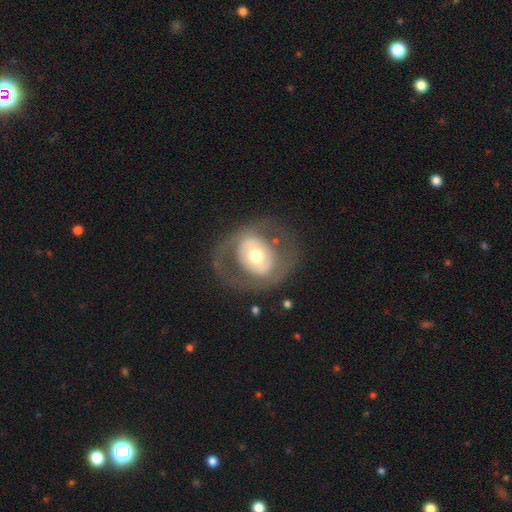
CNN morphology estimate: This is likely a featured or disk galaxy (62%). It is clearly not viewed edge-on (95%). Bar: likely no (69%). Spiral arm pattern: likely no (75%). Central bulge: likely moderate (67%). Merging: likely none (71%).